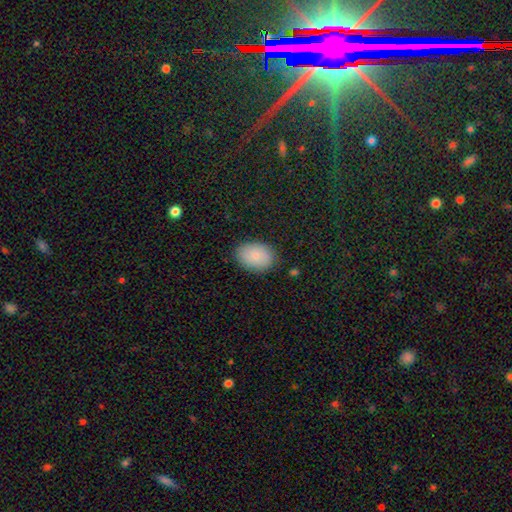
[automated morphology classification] A smooth galaxy with no disk features (85%) that is in between round and cigar-shaped (78%). Merging: none (86%).